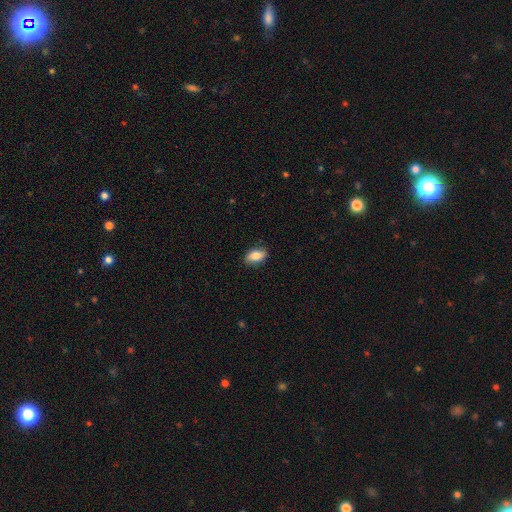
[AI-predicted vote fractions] This appears to be a smooth galaxy with no disk features (78%) that is in between round and cigar-shaped (88%). Merging: none (84%).